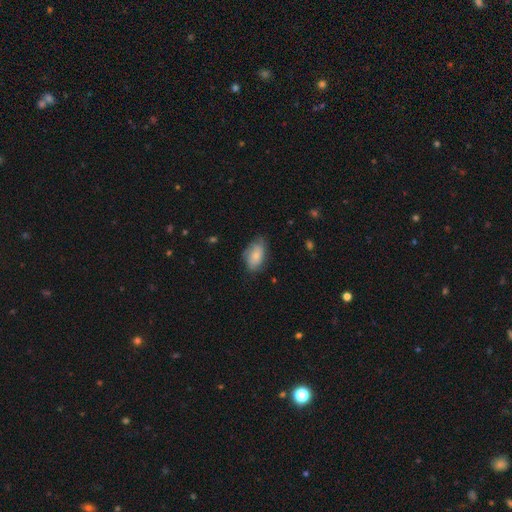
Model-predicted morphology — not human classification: Q: Smooth or featured?
A: smooth (69%); runner-up: featured or disk (24%)
Q: How rounded?
A: in between (90%); runner-up: round (8%)
Q: Merging?
A: none (63%); runner-up: minor disturbance (28%)